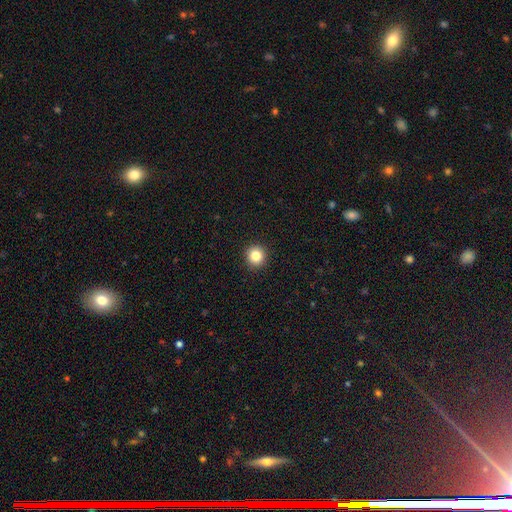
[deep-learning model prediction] smooth-or-featured: smooth: 84% | star or artifact: 11% | featured or disk: 5%
  how-rounded: round: 94% | in between: 5% | cigar-shaped: 1%
  merging: none: 93% | minor disturbance: 5% | major disturbance: 2% | merger: 1%